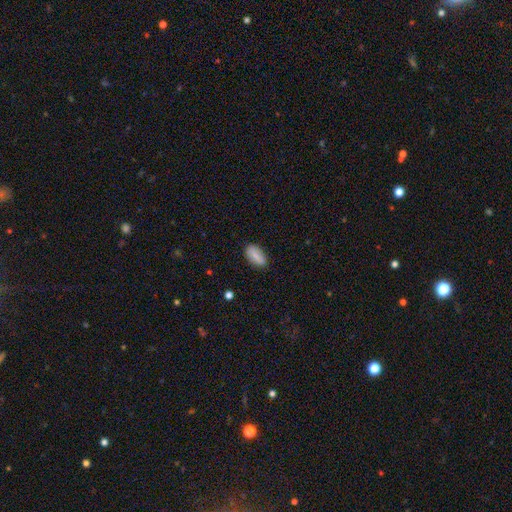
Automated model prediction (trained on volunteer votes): Smooth or featured? smooth (81%)
How rounded? in between (89%)
Merging? none (84%)